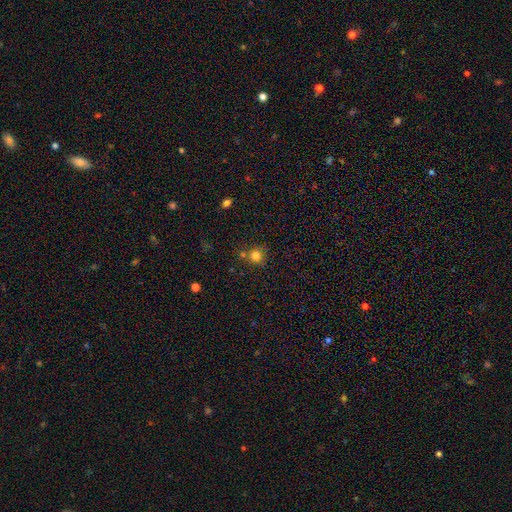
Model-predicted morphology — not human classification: smooth 80%, star or artifact 14%, featured or disk 7%. Down the decision tree: how rounded — round (89%); merging — none (65%).